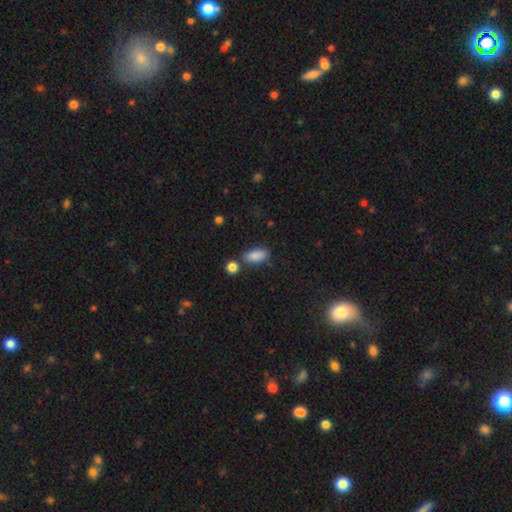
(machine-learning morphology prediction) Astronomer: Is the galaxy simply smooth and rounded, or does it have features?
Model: smooth — 87%.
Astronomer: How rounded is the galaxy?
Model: in between — 87%.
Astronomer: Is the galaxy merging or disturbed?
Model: none — 74%.